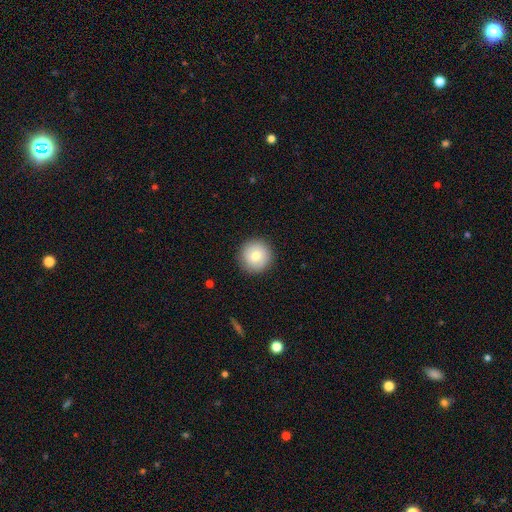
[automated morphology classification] This appears to be a smooth galaxy with no disk features (76%) that is round (96%). Merging: none (90%).